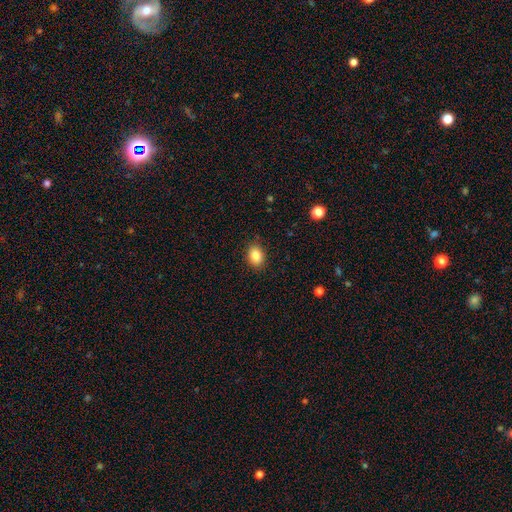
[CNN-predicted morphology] A smooth galaxy with no disk features (86%) that is in between round and cigar-shaped (72%).

Vote fractions:
- Smooth or featured? smooth: 86% / star or artifact: 9% / featured or disk: 6%
- How rounded? in between: 72% / round: 27% / cigar-shaped: 1%
- Merging? none: 88% / minor disturbance: 9% / major disturbance: 2% / merger: 1%